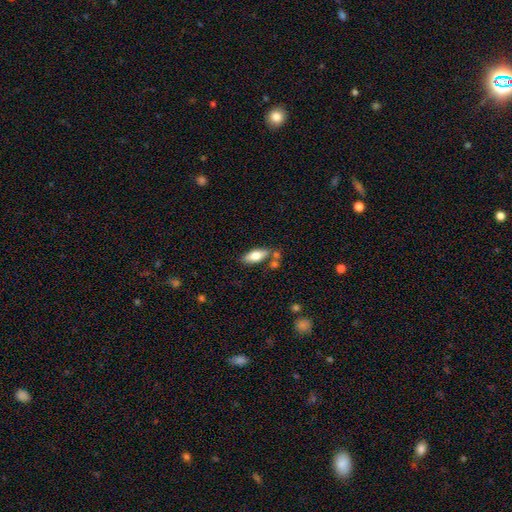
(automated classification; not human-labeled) This is likely a smooth galaxy (69%). How rounded: likely in between (74%). Merging: likely none (67%).